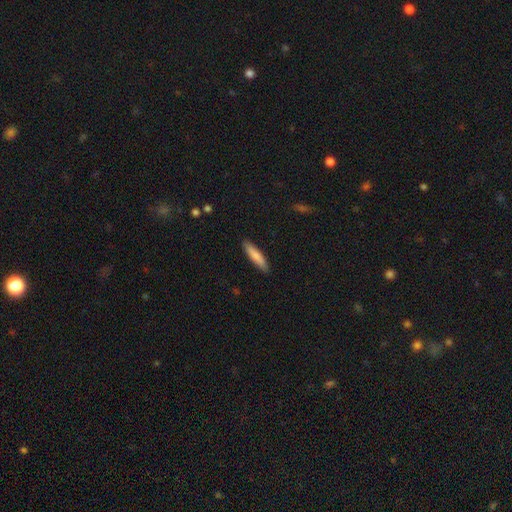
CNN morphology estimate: Q: Smooth or featured?
A: smooth (82%); runner-up: featured or disk (13%)
Q: How rounded?
A: cigar-shaped (81%); runner-up: in between (18%)
Q: Merging?
A: none (89%); runner-up: minor disturbance (8%)